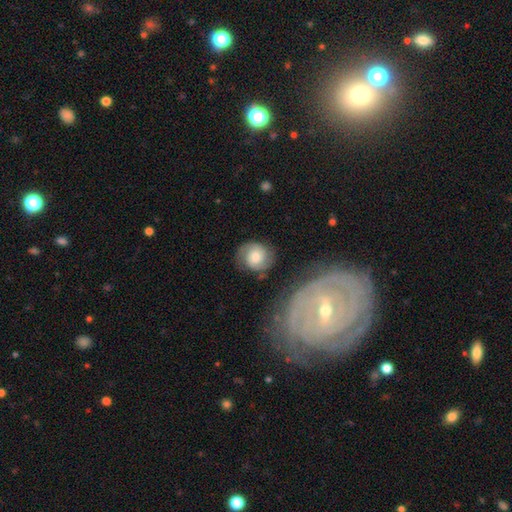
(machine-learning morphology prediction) A featured or disk galaxy (58%) with no bar (66%), 2 (81%) tight (51%) spiral arms (92%) and a moderate central bulge (54%).

Vote fractions:
- Smooth or featured? featured or disk: 58% / smooth: 35% / star or artifact: 8%
- Edge-on disk? no: 97% / yes: 3%
- Bar? no: 66% / weak: 29% / strong: 5%
- Spiral arms? yes: 92% / no: 8%
- Spiral winding? tight: 51% / medium: 38% / loose: 11%
- Spiral arm count? 2: 81% / can't tell: 10% / 3: 4% / 1: 3% / 4: 1% / more than 4: 1%
- Bulge size? moderate: 54% / small: 28% / large: 12% / none: 4% / dominant: 2%
- Merging? none: 75% / minor disturbance: 15% / major disturbance: 6% / merger: 4%